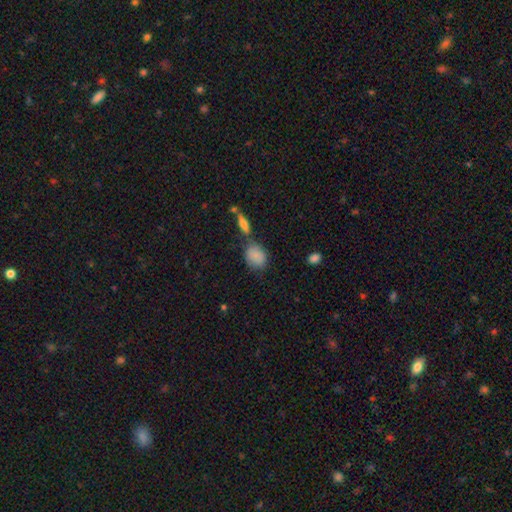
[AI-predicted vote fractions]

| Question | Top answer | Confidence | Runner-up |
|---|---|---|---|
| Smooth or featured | smooth | 83% | star or artifact (8%) |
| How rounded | in between | 61% | round (36%) |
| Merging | none | 56% | minor disturbance (20%) |